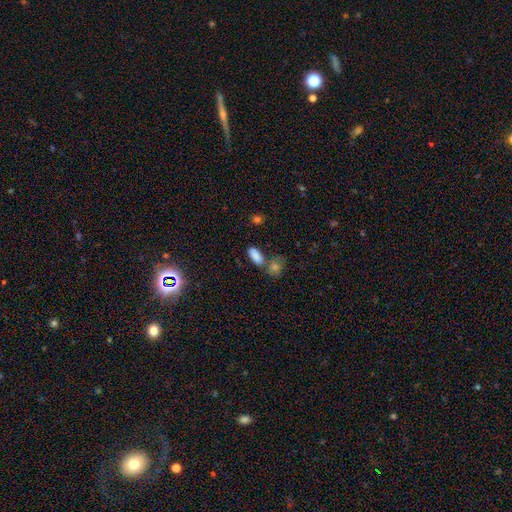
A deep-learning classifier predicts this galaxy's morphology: smooth 85%, star or artifact 9%, featured or disk 6%. Down the decision tree: how rounded — in between (86%); merging — none (61%).